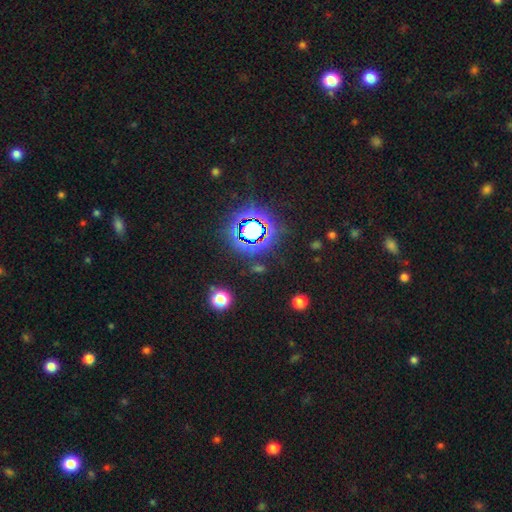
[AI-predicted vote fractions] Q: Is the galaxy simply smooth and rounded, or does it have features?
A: star or artifact — 75%.